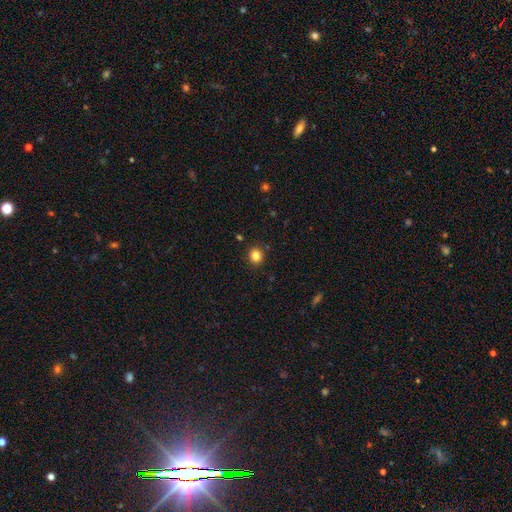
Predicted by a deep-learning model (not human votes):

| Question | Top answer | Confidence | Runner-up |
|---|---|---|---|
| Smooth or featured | smooth | 82% | star or artifact (12%) |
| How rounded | round | 83% | in between (16%) |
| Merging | none | 90% | minor disturbance (7%) |